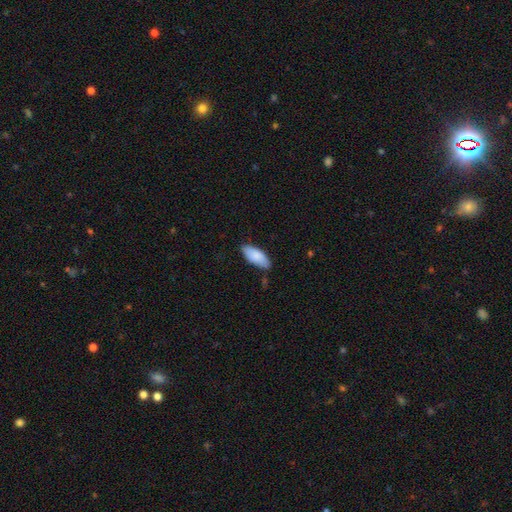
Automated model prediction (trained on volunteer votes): smooth-or-featured: smooth: 86% | featured or disk: 8% | star or artifact: 6%
  how-rounded: in between: 86% | cigar-shaped: 13% | round: 2%
  merging: none: 74% | minor disturbance: 20% | major disturbance: 3% | merger: 3%